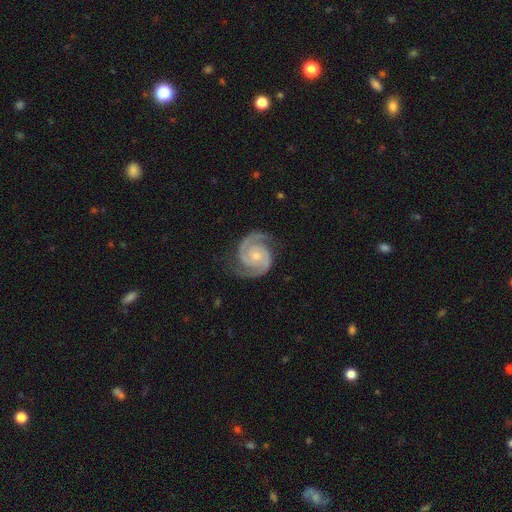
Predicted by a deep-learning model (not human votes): Smooth or featured? featured or disk (94%)
Edge-on disk? no (98%)
Bar? no (74%)
Spiral arms? yes (99%)
Spiral winding? tight (62%)
Spiral arm count? 2 (93%)
Bulge size? small (51%)
Merging? none (81%)